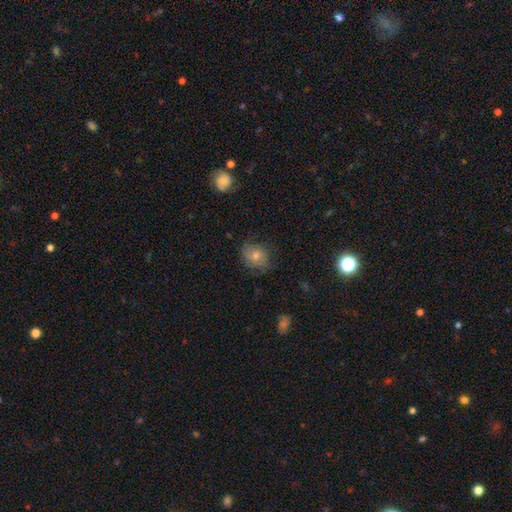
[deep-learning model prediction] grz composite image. It shows a smooth galaxy with no disk features (50%) that is round (73%). Merging: none (77%).